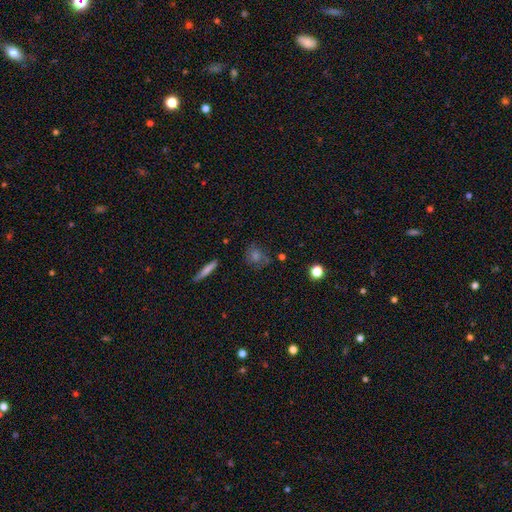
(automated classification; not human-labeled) Smooth or featured?
  - smooth: 43% *
  - featured or disk: 36%
  - star or artifact: 21%
Merging?
  - none: 74% *
  - minor disturbance: 16%
  - major disturbance: 7%
  - merger: 4%